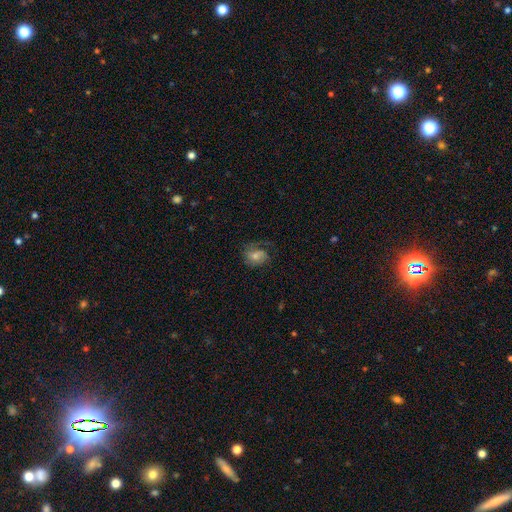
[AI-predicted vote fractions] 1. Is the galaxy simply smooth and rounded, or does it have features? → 54% featured or disk, 36% smooth, 11% star or artifact.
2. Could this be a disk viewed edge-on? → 96% no, 4% yes.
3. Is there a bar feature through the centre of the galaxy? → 61% no, 32% weak, 7% strong.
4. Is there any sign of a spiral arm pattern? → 85% yes, 15% no.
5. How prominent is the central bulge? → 51% moderate, 37% small, 7% large, 4% none, 2% dominant.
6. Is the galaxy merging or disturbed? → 58% none, 20% minor disturbance, 20% major disturbance, 2% merger.